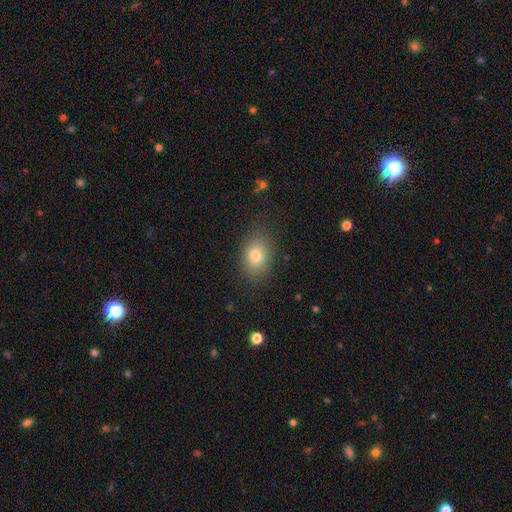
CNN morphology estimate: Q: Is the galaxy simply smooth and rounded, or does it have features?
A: smooth — 79%.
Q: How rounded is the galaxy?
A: in between — 78%.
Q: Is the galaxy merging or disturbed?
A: none — 83%.